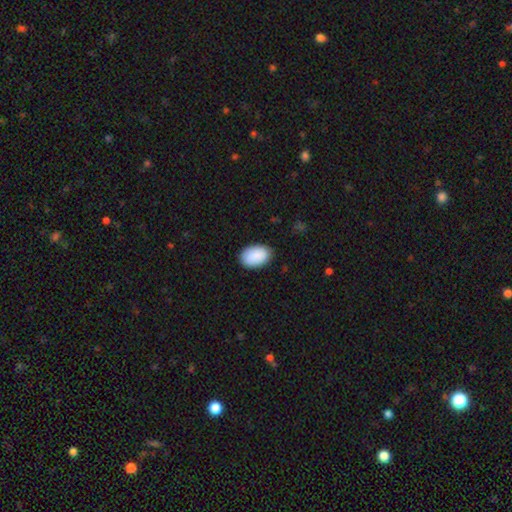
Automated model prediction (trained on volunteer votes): Smooth or featured?
  - smooth: 90% *
  - star or artifact: 6%
  - featured or disk: 4%
How rounded?
  - in between: 90% *
  - round: 9%
  - cigar-shaped: 1%
Merging?
  - none: 86% *
  - minor disturbance: 11%
  - major disturbance: 2%
  - merger: 1%